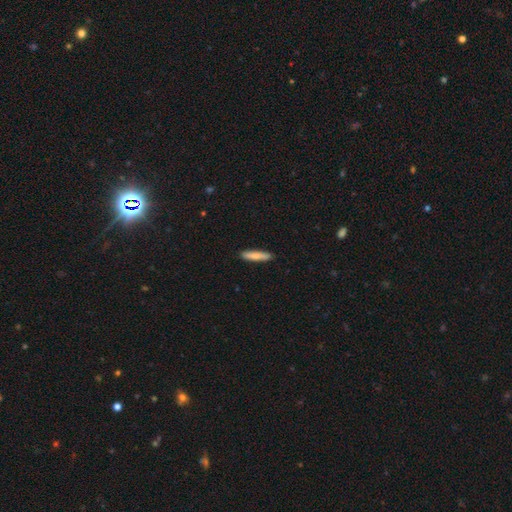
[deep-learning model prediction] smooth-or-featured: smooth: 79% | featured or disk: 16% | star or artifact: 6%
  how-rounded: cigar-shaped: 87% | in between: 11% | round: 1%
  merging: none: 90% | minor disturbance: 7% | major disturbance: 1% | merger: 1%